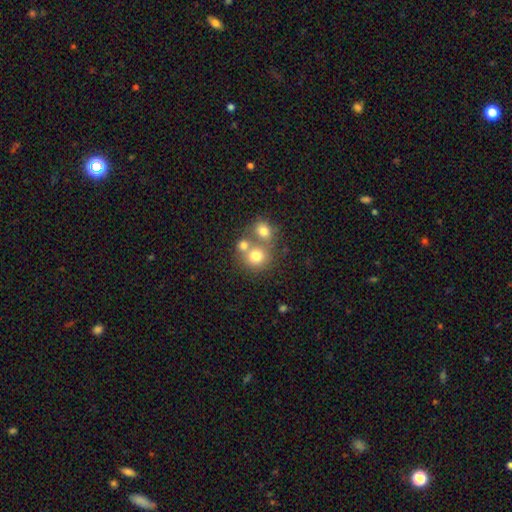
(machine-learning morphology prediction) type=smooth (72%); roundness=round (82%); merging=none (45%).